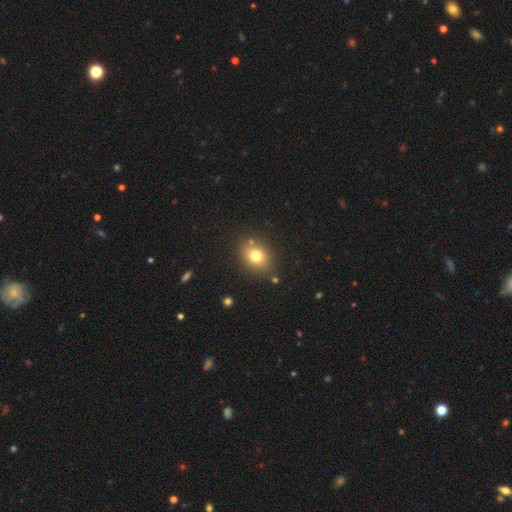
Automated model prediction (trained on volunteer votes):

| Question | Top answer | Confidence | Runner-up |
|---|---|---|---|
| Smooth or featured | smooth | 77% | star or artifact (12%) |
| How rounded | round | 51% | in between (48%) |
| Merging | none | 81% | minor disturbance (11%) |